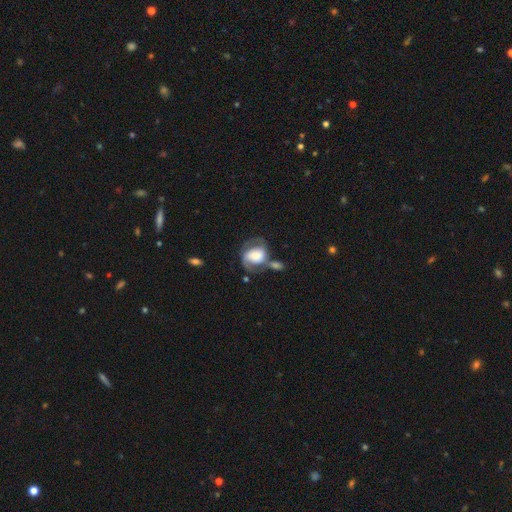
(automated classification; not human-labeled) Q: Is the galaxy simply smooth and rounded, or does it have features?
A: featured or disk — 66%.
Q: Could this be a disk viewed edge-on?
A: no — 97%.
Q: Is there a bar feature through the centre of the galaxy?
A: no — 51%.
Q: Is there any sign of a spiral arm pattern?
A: yes — 87%.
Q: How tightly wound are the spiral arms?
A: medium — 47%.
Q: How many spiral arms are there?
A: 2 — 80%.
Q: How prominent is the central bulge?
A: large — 42%.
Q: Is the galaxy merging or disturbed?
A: none — 38%.